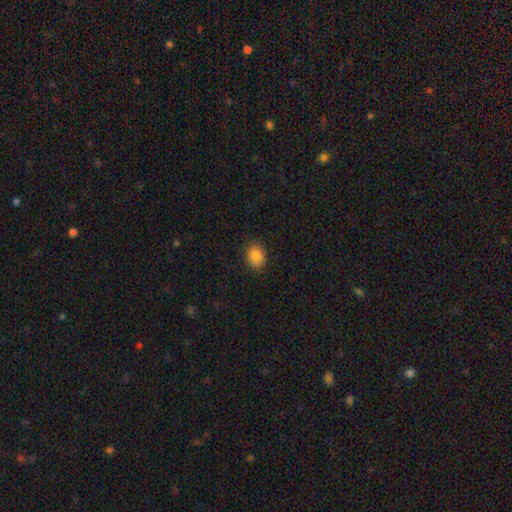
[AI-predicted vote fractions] Q: Smooth or featured?
A: smooth (86%); runner-up: star or artifact (9%)
Q: How rounded?
A: in between (54%); runner-up: round (45%)
Q: Merging?
A: none (88%); runner-up: minor disturbance (9%)